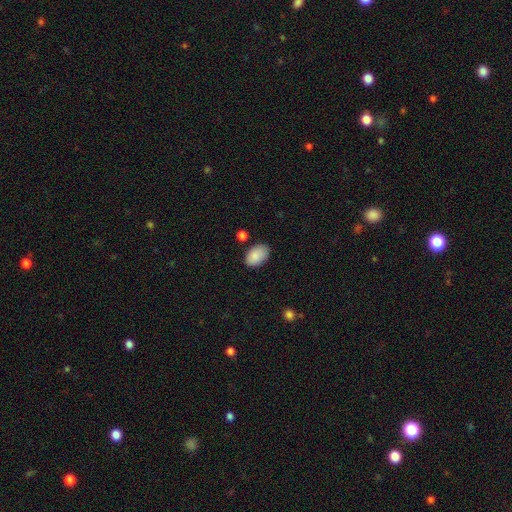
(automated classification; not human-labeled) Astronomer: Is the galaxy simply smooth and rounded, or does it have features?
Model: smooth — 88%.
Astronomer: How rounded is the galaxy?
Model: in between — 91%.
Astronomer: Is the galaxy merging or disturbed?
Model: none — 78%.